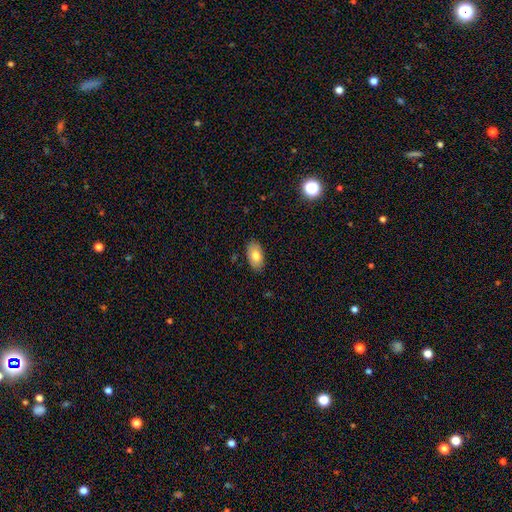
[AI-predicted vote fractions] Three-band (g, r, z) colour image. It shows a smooth galaxy with no disk features (76%) that is in between round and cigar-shaped (93%). Merging: none (86%).